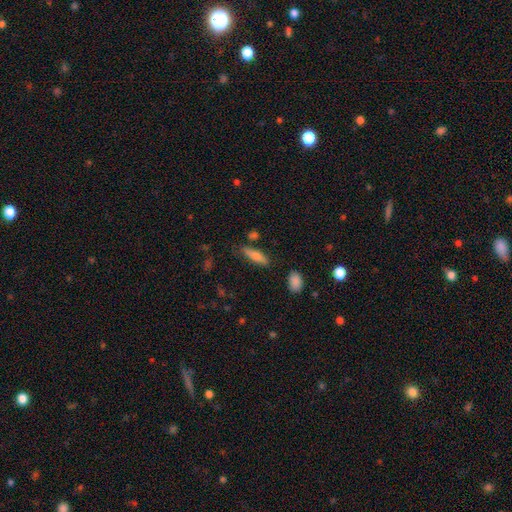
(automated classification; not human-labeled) Smooth or featured?
  - smooth: 68% *
  - featured or disk: 24%
  - star or artifact: 7%
How rounded?
  - cigar-shaped: 62% *
  - in between: 35%
  - round: 2%
Merging?
  - none: 76% *
  - minor disturbance: 15%
  - merger: 5%
  - major disturbance: 4%